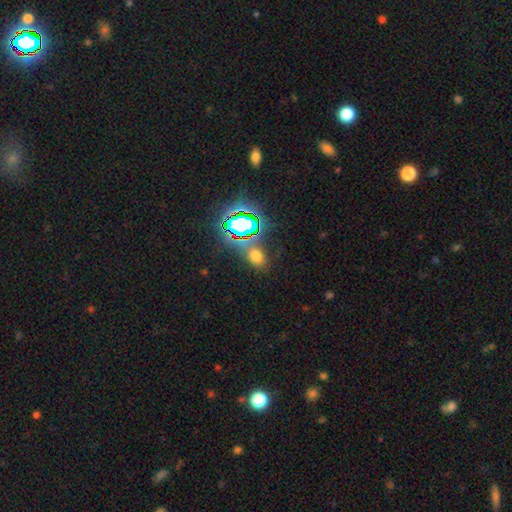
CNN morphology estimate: This appears to be a smooth galaxy with no disk features (55%) that is in between round and cigar-shaped (66%). Merging: none (73%).